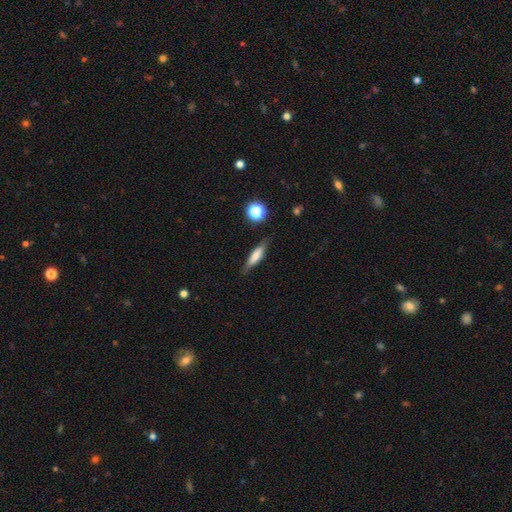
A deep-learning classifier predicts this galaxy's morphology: Smooth or featured?
  - smooth: 56% *
  - featured or disk: 36%
  - star or artifact: 9%
How rounded?
  - cigar-shaped: 70% *
  - in between: 27%
  - round: 3%
Merging?
  - none: 78% *
  - minor disturbance: 15%
  - major disturbance: 4%
  - merger: 2%